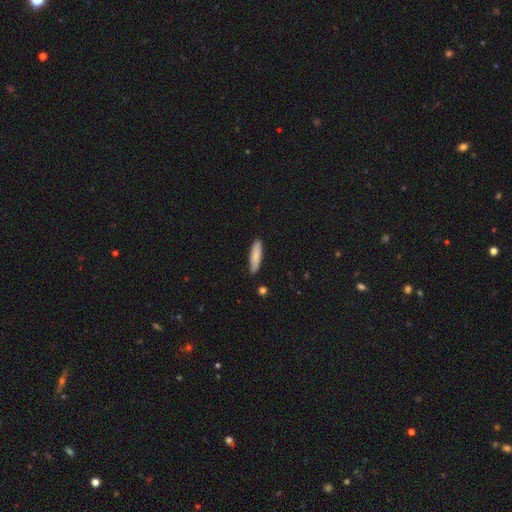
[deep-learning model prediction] A smooth galaxy with no disk features (83%) that is cigar-shaped (67%). Merging: none (87%).